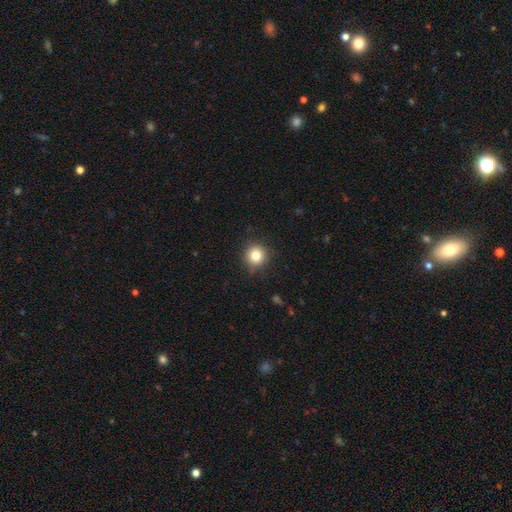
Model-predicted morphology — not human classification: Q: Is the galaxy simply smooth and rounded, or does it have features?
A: smooth — 82%.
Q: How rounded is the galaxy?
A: round — 93%.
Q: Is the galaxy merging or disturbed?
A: none — 88%.